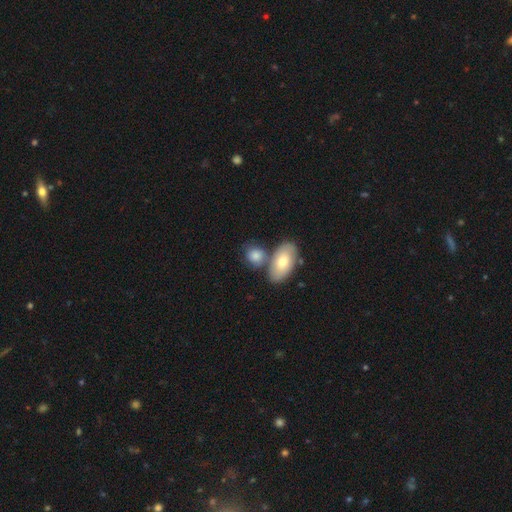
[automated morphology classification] This is likely a smooth galaxy (78%). How rounded: possibly in between (56%). Merging: possibly none (49%).